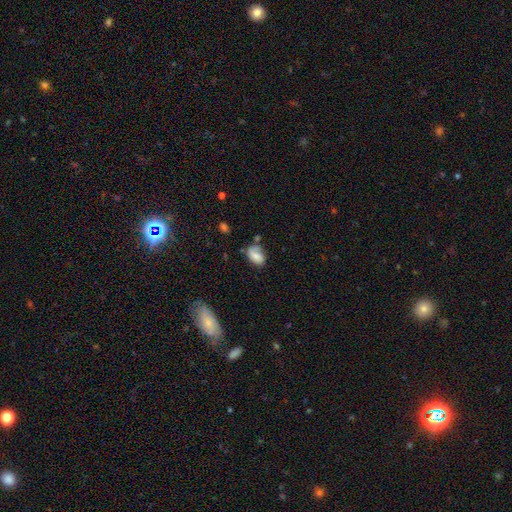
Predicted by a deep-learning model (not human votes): Smooth or featured?
  - smooth: 70% *
  - featured or disk: 21%
  - star or artifact: 9%
How rounded?
  - in between: 87% *
  - round: 12%
  - cigar-shaped: 2%
Merging?
  - none: 48% *
  - minor disturbance: 30%
  - major disturbance: 12%
  - merger: 10%